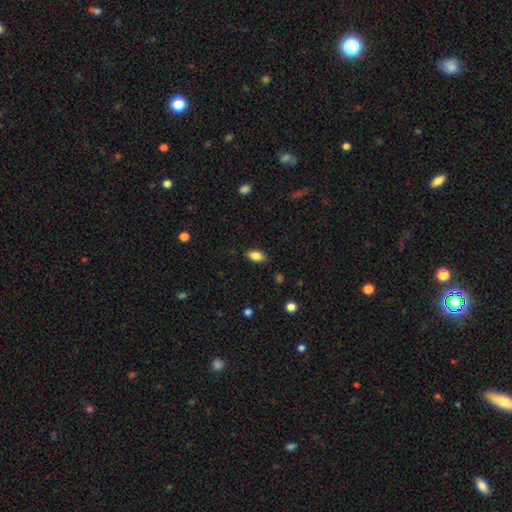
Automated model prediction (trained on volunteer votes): This appears to be a smooth galaxy with no disk features (84%) that is in between round and cigar-shaped (90%). Merging: none (86%).